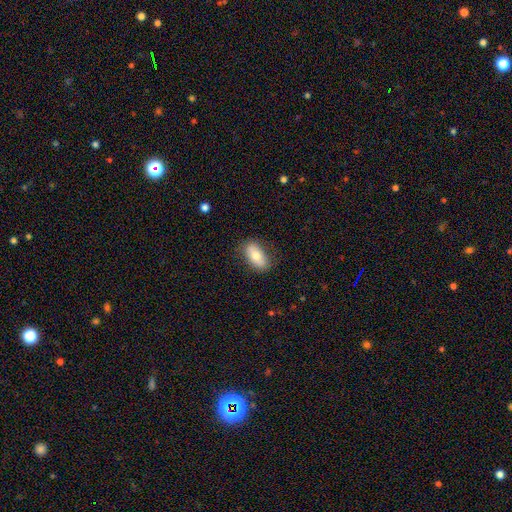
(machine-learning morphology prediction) This appears to be a smooth galaxy with no disk features (75%) that is in between round and cigar-shaped (88%). Merging: none (81%).